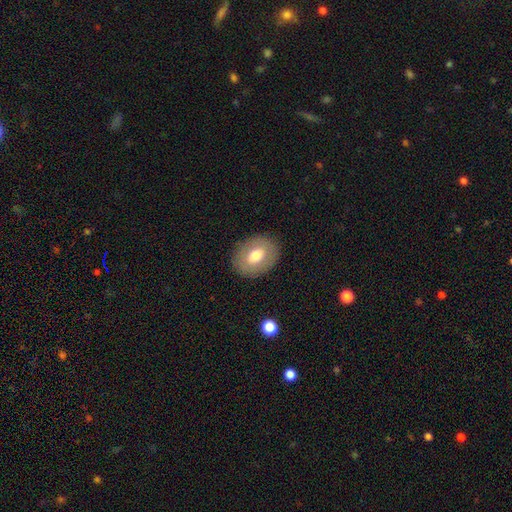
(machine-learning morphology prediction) smooth-or-featured: smooth: 67% | featured or disk: 26% | star or artifact: 8%
  how-rounded: in between: 64% | round: 35% | cigar-shaped: 1%
  merging: none: 86% | minor disturbance: 9% | major disturbance: 3% | merger: 1%